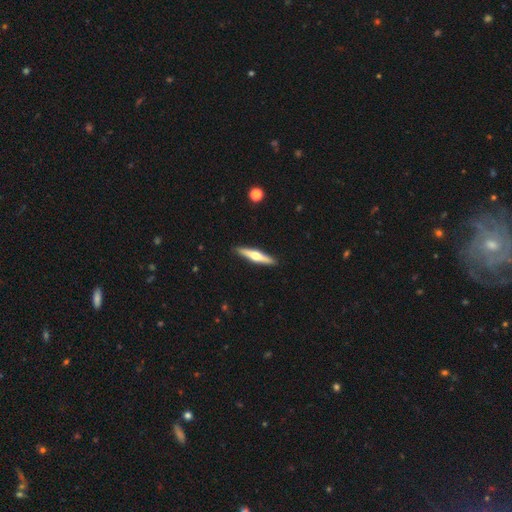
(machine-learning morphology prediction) smooth-or-featured: featured or disk: 63% | smooth: 33% | star or artifact: 5%
  disk-edge-on: yes: 96% | no: 4%
    edge-on-bulge: rounded: 95% | none: 3% | boxy: 2%
  merging: none: 92% | minor disturbance: 6% | major disturbance: 1% | merger: 1%